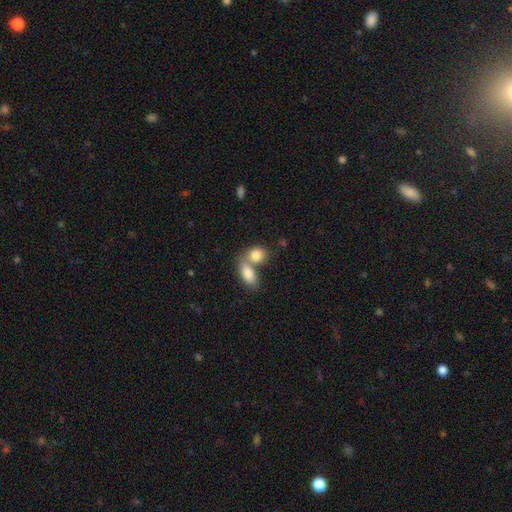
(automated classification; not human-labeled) smooth 83%, featured or disk 10%, star or artifact 7%. Down the decision tree: how rounded — in between (69%); merging — merger (59%).